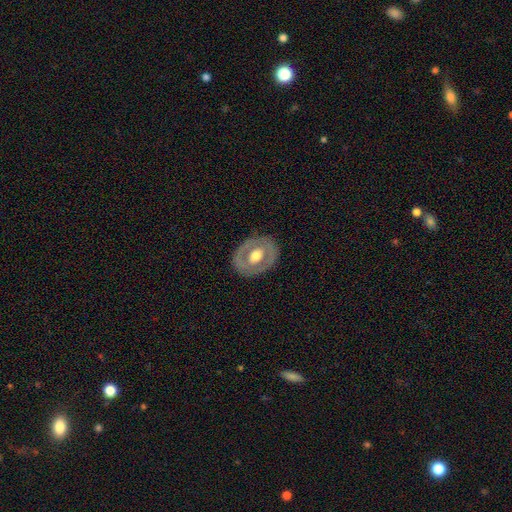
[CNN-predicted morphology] featured or disk 56%, smooth 39%, star or artifact 5%. Down the decision tree: edge-on disk — no (93%); bar — no (74%); spiral arms — no (87%); bulge size — moderate (62%); merging — none (82%).